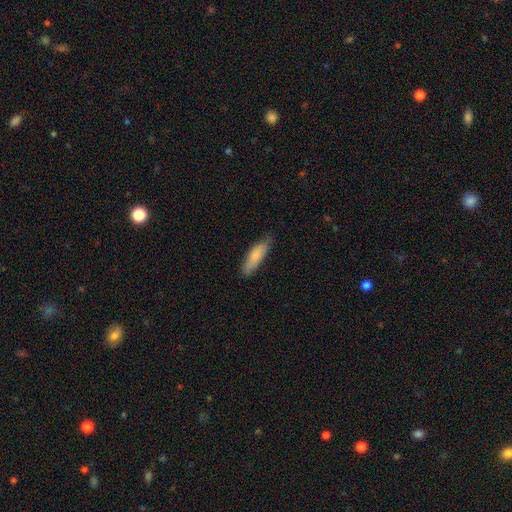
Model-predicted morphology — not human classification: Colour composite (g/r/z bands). It shows a smooth galaxy with no disk features (81%) that is cigar-shaped (54%). Merging: none (75%).